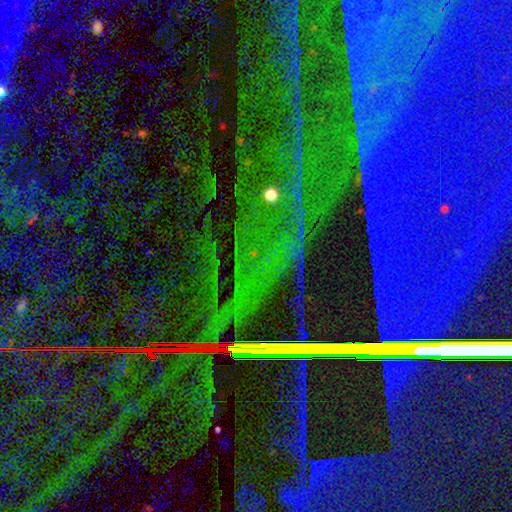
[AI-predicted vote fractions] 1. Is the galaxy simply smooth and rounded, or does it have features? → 87% star or artifact, 7% featured or disk, 5% smooth.